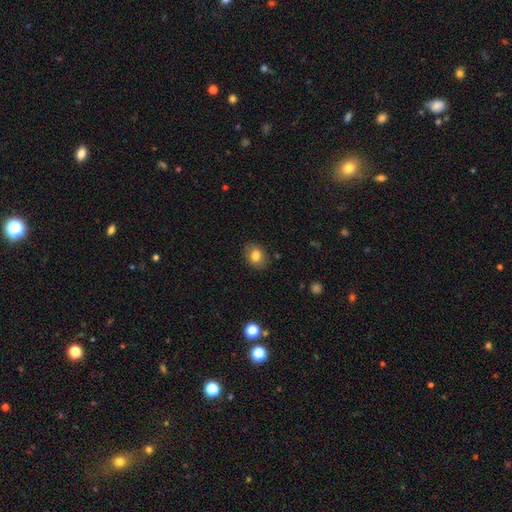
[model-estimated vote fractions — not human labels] Smooth or featured? smooth (81%)
How rounded? in between (52%)
Merging? none (83%)